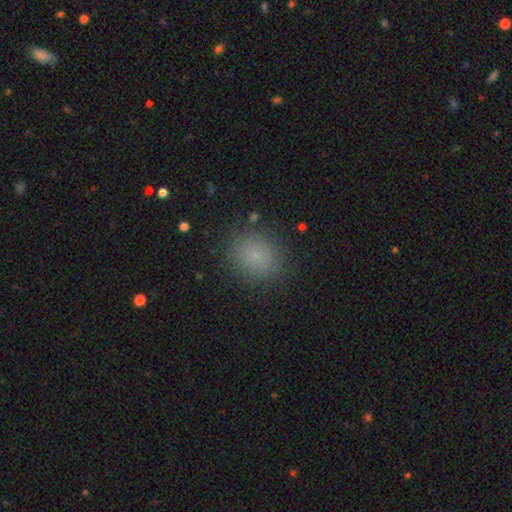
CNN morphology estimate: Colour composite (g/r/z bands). It shows a smooth galaxy with no disk features (79%) that is round (68%). Merging: none (87%).